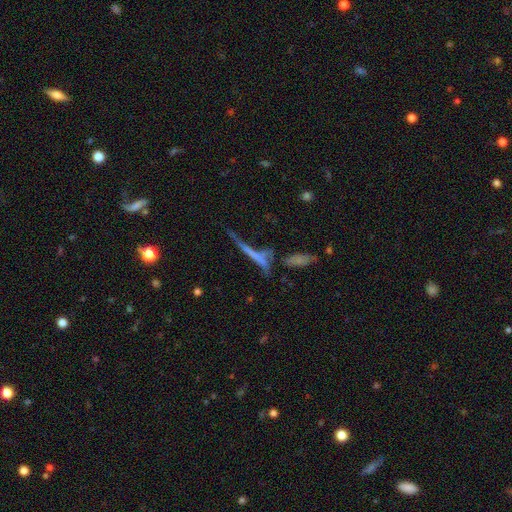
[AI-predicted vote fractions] A featured or disk galaxy (45%). Merging: none (40%).